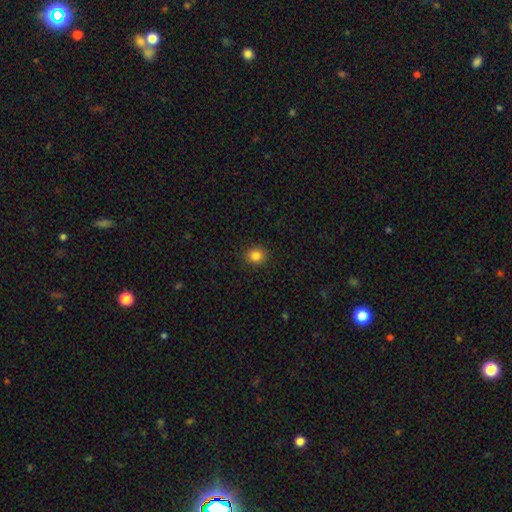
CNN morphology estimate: Smooth or featured?
  - smooth: 84% *
  - star or artifact: 11%
  - featured or disk: 5%
How rounded?
  - round: 81% *
  - in between: 18%
  - cigar-shaped: 1%
Merging?
  - none: 90% *
  - minor disturbance: 7%
  - major disturbance: 2%
  - merger: 1%